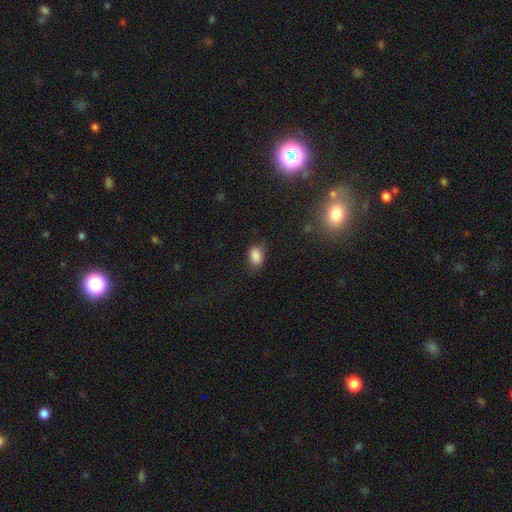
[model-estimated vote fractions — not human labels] smooth-or-featured: smooth: 85% | star or artifact: 10% | featured or disk: 5%
  how-rounded: in between: 80% | round: 19% | cigar-shaped: 1%
  merging: none: 71% | minor disturbance: 22% | major disturbance: 6% | merger: 2%